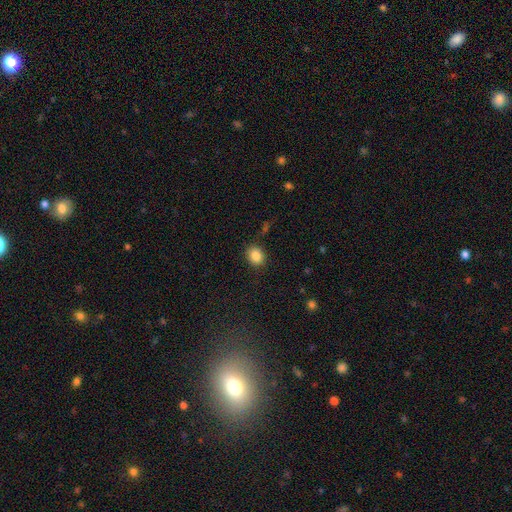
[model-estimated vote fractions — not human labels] A smooth galaxy with no disk features (86%) that is in between round and cigar-shaped (50%).

Vote fractions:
- Smooth or featured? smooth: 86% / star or artifact: 9% / featured or disk: 5%
- How rounded? in between: 50% / round: 49% / cigar-shaped: 1%
- Merging? none: 86% / minor disturbance: 10% / major disturbance: 3% / merger: 2%